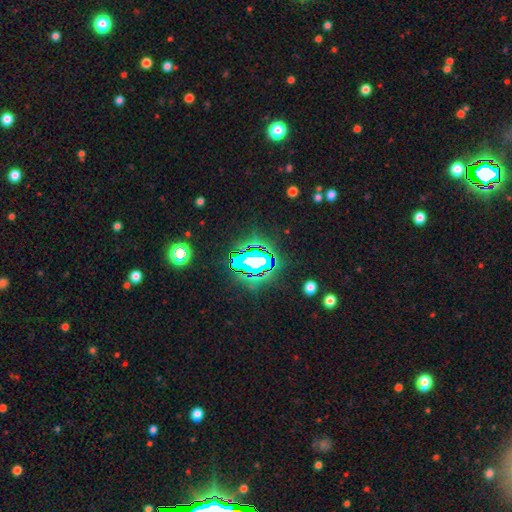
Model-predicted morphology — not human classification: A star or artifact, not a galaxy (77%).

Vote fractions:
- Smooth or featured? star or artifact: 77% / smooth: 13% / featured or disk: 10%